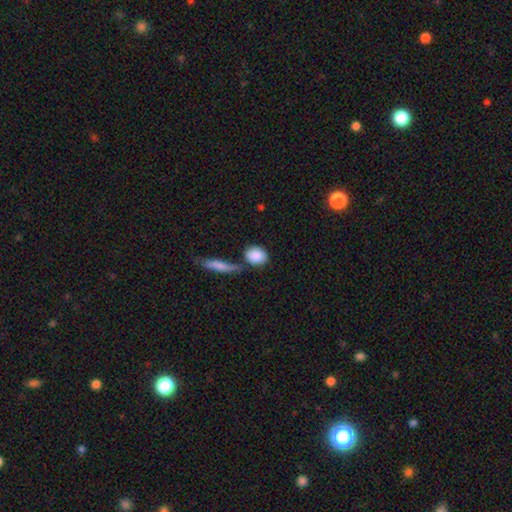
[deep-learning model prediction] The model was most divided on "how rounded": round: 50%, in between: 45%, cigar-shaped: 5%. More confident: smooth or featured — smooth (87%); merging — none (59%).